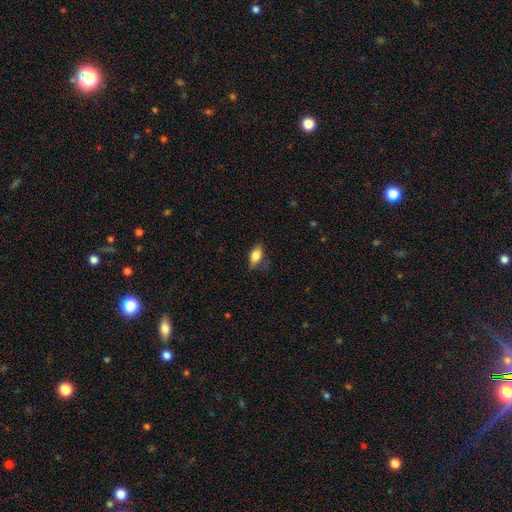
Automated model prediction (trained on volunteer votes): Q: Smooth or featured?
A: smooth (80%); runner-up: featured or disk (12%)
Q: How rounded?
A: in between (84%); runner-up: cigar-shaped (10%)
Q: Merging?
A: none (75%); runner-up: minor disturbance (20%)